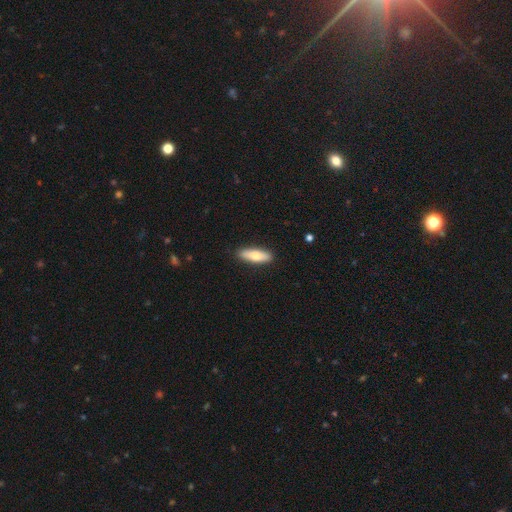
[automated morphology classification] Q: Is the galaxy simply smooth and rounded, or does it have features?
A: smooth — 68%.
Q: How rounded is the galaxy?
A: in between — 50%.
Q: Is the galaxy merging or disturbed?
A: none — 90%.